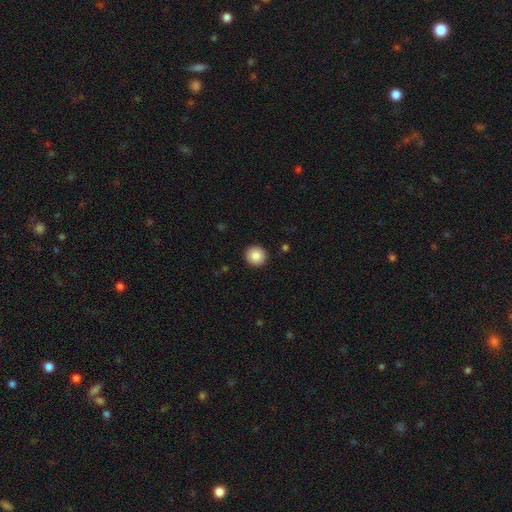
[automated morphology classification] A smooth galaxy with no disk features (85%) that is round (95%).

Vote fractions:
- Smooth or featured? smooth: 85% / star or artifact: 8% / featured or disk: 7%
- How rounded? round: 95% / in between: 4% / cigar-shaped: 1%
- Merging? none: 93% / minor disturbance: 5% / major disturbance: 1% / merger: 1%